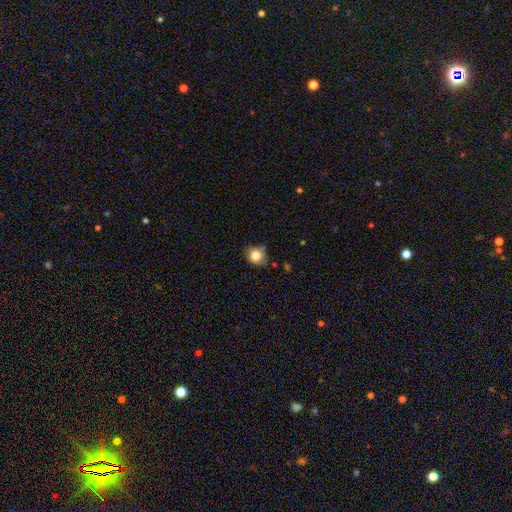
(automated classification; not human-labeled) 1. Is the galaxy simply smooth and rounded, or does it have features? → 83% smooth, 10% star or artifact, 7% featured or disk.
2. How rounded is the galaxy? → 77% round, 22% in between, 1% cigar-shaped.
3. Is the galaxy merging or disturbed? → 73% none, 21% minor disturbance, 4% major disturbance, 3% merger.